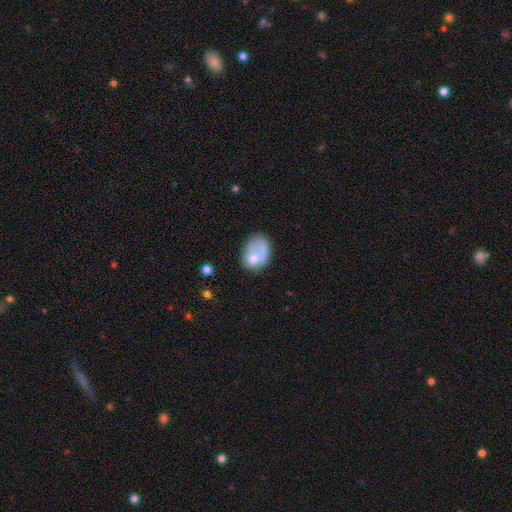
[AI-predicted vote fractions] Smooth or featured: smooth — 64% (featured or disk — 28%)
How rounded: in between — 76% (round — 23%)
Merging: none — 34% (minor disturbance — 25%)